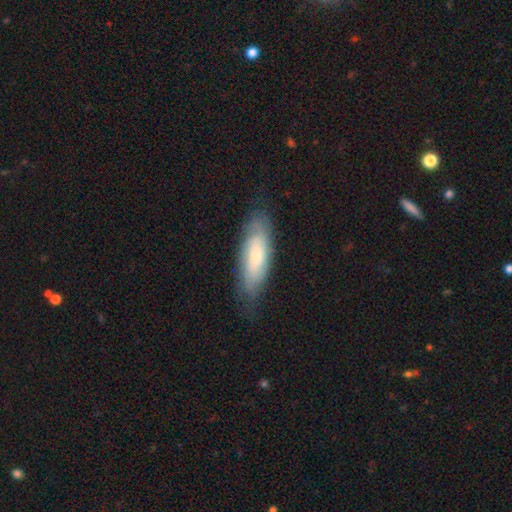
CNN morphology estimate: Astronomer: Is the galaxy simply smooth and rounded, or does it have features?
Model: smooth — 57% (runner-up: featured or disk, 36%).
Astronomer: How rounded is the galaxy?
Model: in between — 56% (runner-up: cigar-shaped, 42%).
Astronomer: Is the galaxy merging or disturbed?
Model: none — 74%.